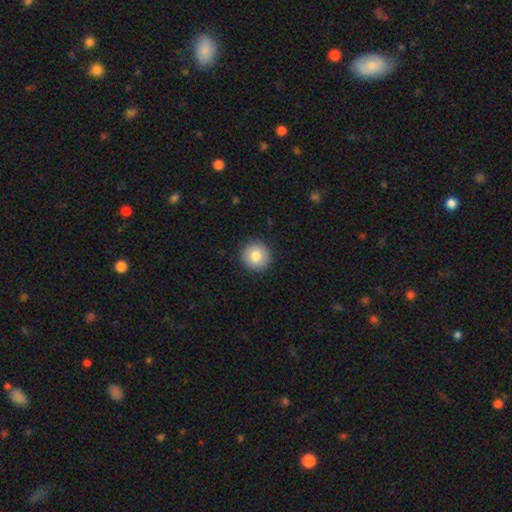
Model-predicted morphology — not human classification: This appears to be a smooth galaxy with no disk features (81%) that is round (95%). Merging: none (91%).